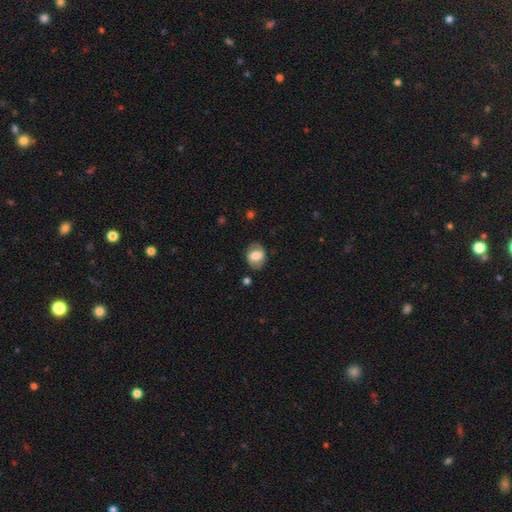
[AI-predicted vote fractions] This is possibly a smooth galaxy (57%). How rounded: possibly in between (58%). Merging: likely none (77%).